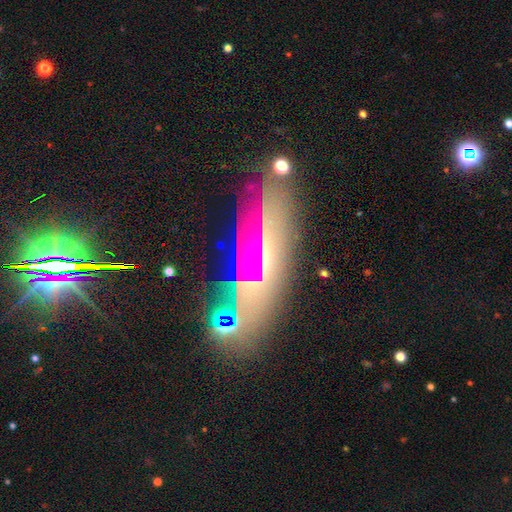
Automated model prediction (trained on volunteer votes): A featured or disk galaxy (56%) viewed edge-on (59%).

Vote fractions:
- Smooth or featured? featured or disk: 56% / star or artifact: 22% / smooth: 22%
- Edge-on disk? yes: 59% / no: 41%
- Merging? none: 77% / minor disturbance: 13% / major disturbance: 6% / merger: 4%